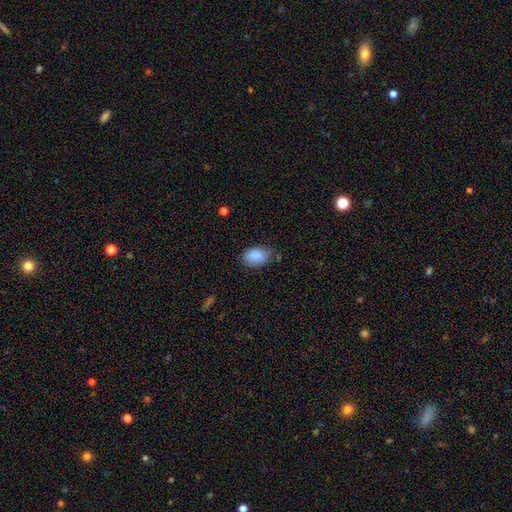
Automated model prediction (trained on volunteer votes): Smooth or featured? smooth (88%)
How rounded? in between (90%)
Merging? none (71%)